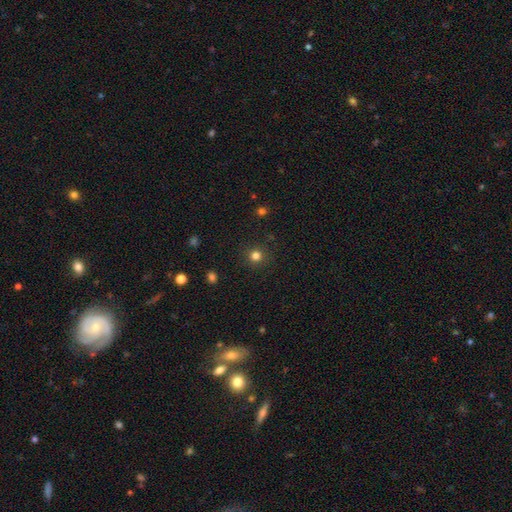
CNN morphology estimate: Smooth or featured?
  - smooth: 80% *
  - star or artifact: 15%
  - featured or disk: 5%
How rounded?
  - round: 93% *
  - in between: 6%
  - cigar-shaped: 1%
Merging?
  - none: 90% *
  - minor disturbance: 6%
  - major disturbance: 2%
  - merger: 1%